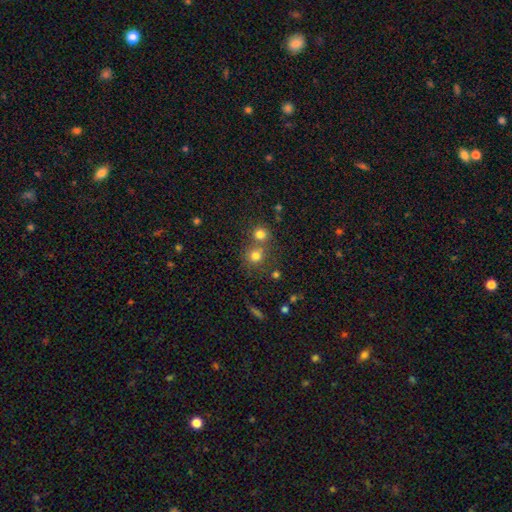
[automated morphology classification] This is likely a smooth galaxy (76%). How rounded: clearly round (89%). Merging: possibly none (56%).